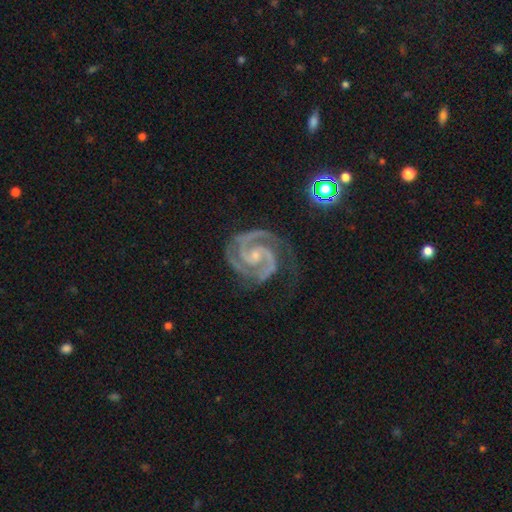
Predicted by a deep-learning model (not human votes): Smooth or featured? Predicted: featured or disk (p=0.94). Edge-on disk? Predicted: no (p=0.98). Bar? Predicted: no (p=0.50). Spiral arms? Predicted: yes (p=0.99). Spiral winding? Predicted: tight (p=0.58). Spiral arm count? Predicted: 2 (p=0.84). Bulge size? Predicted: small (p=0.71). Merging? Predicted: none (p=0.72).